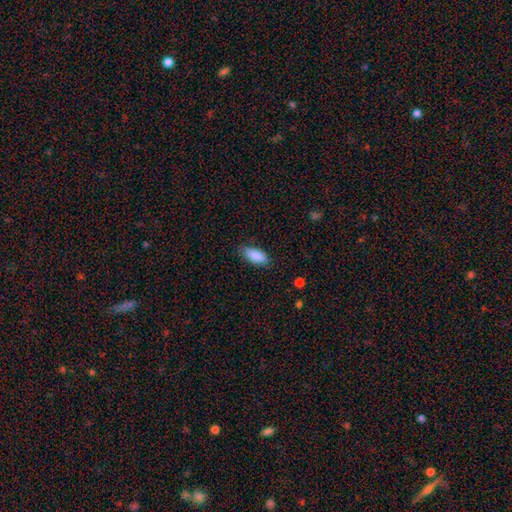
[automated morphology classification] The model was most divided on "merging": none: 80%, minor disturbance: 16%, major disturbance: 3%, merger: 1%. More confident: smooth or featured — smooth (87%); how rounded — in between (84%).